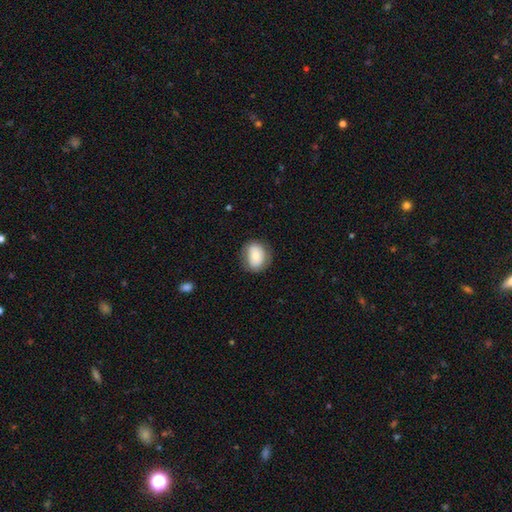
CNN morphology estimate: A smooth galaxy with no disk features (71%) that is in between round and cigar-shaped (53%). Merging: none (75%).